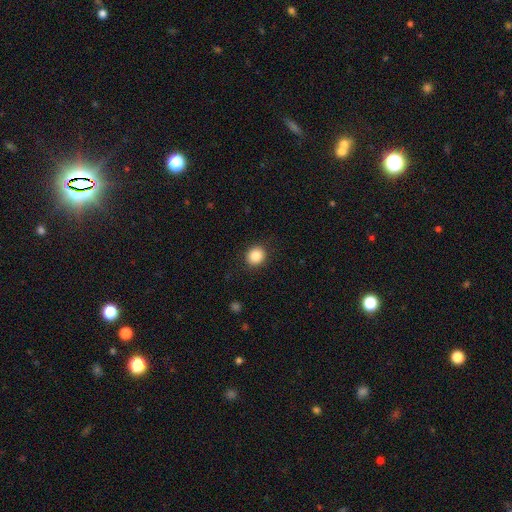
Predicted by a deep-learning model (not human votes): smooth 86%, star or artifact 9%, featured or disk 5%. Down the decision tree: how rounded — round (83%); merging — none (90%).